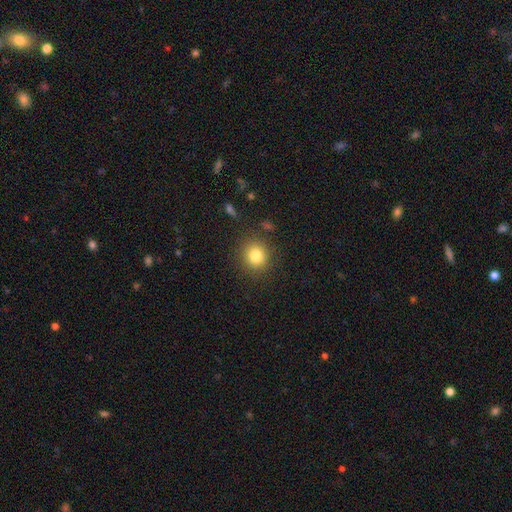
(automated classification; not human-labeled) A smooth galaxy with no disk features (81%) that is round (89%).

Vote fractions:
- Smooth or featured? smooth: 81% / star or artifact: 12% / featured or disk: 7%
- How rounded? round: 89% / in between: 10% / cigar-shaped: 1%
- Merging? none: 87% / minor disturbance: 8% / major disturbance: 3% / merger: 2%